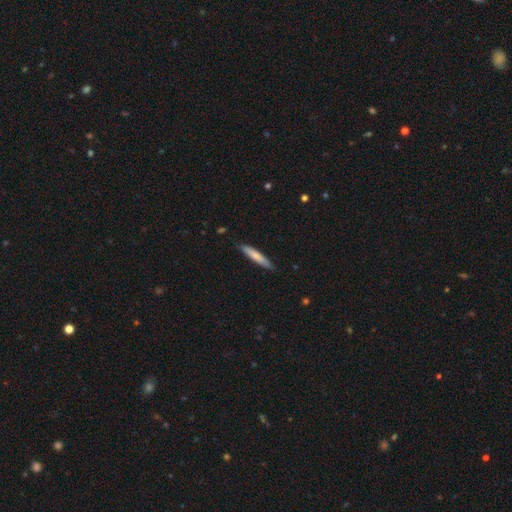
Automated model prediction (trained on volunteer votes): This appears to be a smooth galaxy with no disk features (73%) that is cigar-shaped (91%). Merging: none (86%).